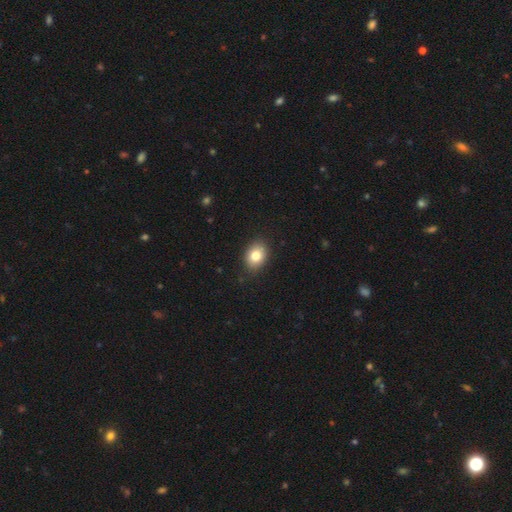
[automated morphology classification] Q: Smooth or featured?
A: smooth (83%); runner-up: featured or disk (8%)
Q: How rounded?
A: in between (70%); runner-up: round (29%)
Q: Merging?
A: none (86%); runner-up: minor disturbance (10%)